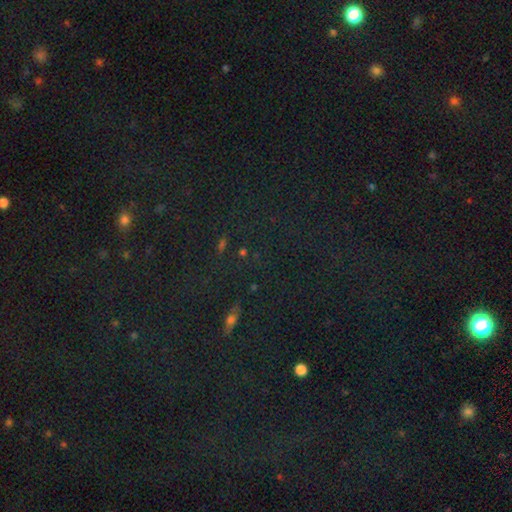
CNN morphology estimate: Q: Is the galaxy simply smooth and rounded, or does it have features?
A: star or artifact — 77%.